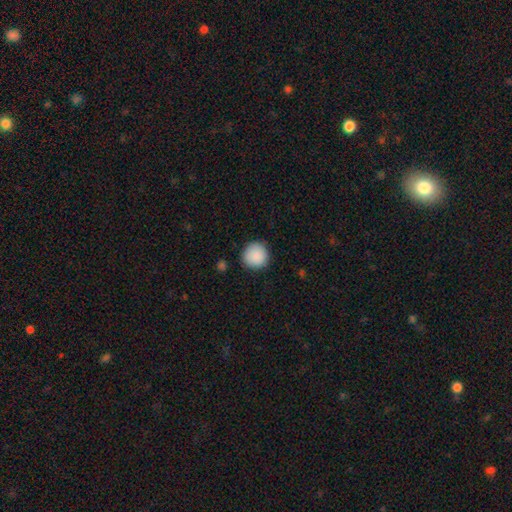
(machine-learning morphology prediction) A smooth galaxy with no disk features (90%) that is round (95%).

Vote fractions:
- Smooth or featured? smooth: 90% / star or artifact: 8% / featured or disk: 3%
- How rounded? round: 95% / in between: 4% / cigar-shaped: 1%
- Merging? none: 89% / minor disturbance: 7% / major disturbance: 2% / merger: 1%